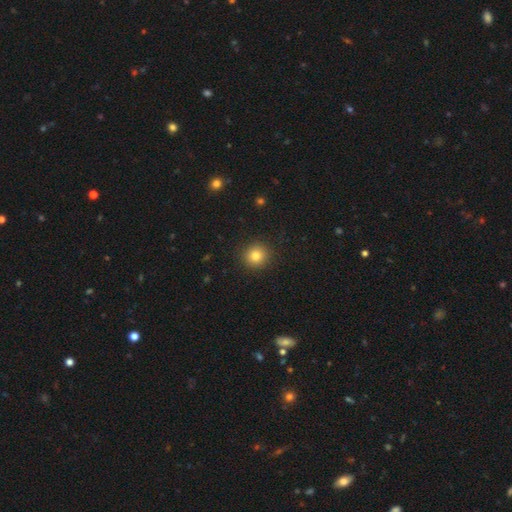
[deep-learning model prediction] Smooth or featured?
  - smooth: 82% *
  - star or artifact: 12%
  - featured or disk: 7%
How rounded?
  - round: 92% *
  - in between: 7%
  - cigar-shaped: 1%
Merging?
  - none: 91% *
  - minor disturbance: 6%
  - major disturbance: 2%
  - merger: 1%